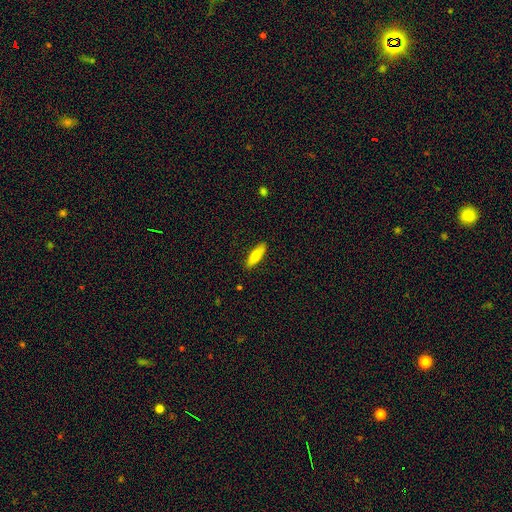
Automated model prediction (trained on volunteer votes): Morphology: type=smooth (72%); roundness=cigar-shaped (52%); merging=none (89%).